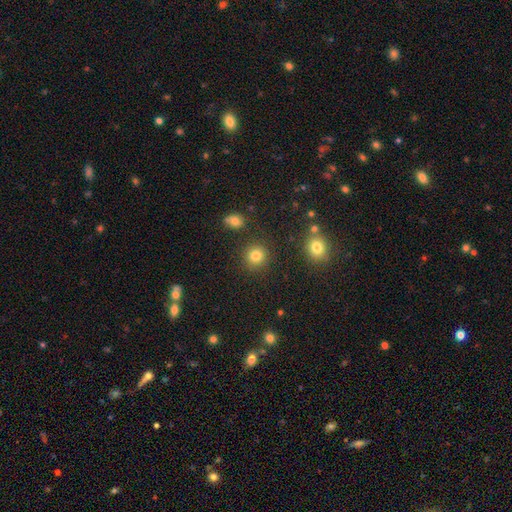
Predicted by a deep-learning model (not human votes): This is clearly a smooth galaxy (81%). How rounded: clearly round (90%). Merging: clearly none (88%).